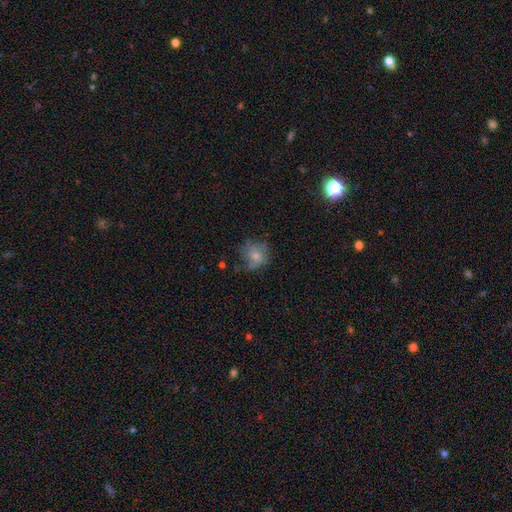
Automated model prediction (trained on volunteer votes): A smooth galaxy with no disk features (61%) that is round (72%).

Vote fractions:
- Smooth or featured? smooth: 61% / featured or disk: 29% / star or artifact: 10%
- How rounded? round: 72% / in between: 27% / cigar-shaped: 1%
- Merging? none: 50% / minor disturbance: 28% / major disturbance: 19% / merger: 2%